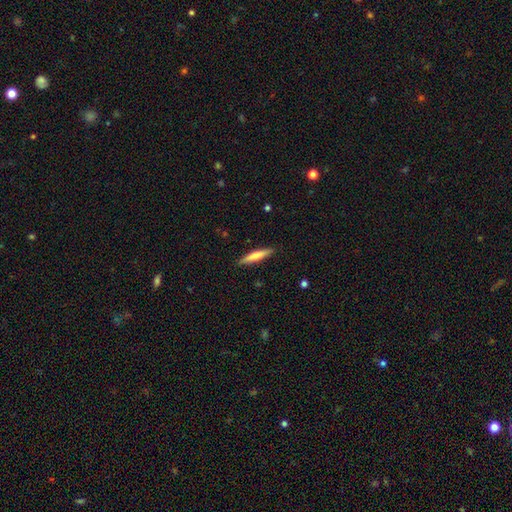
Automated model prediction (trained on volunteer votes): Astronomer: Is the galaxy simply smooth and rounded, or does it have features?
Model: smooth — 64%.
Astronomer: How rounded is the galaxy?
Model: cigar-shaped — 89%.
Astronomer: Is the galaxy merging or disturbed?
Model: none — 89%.